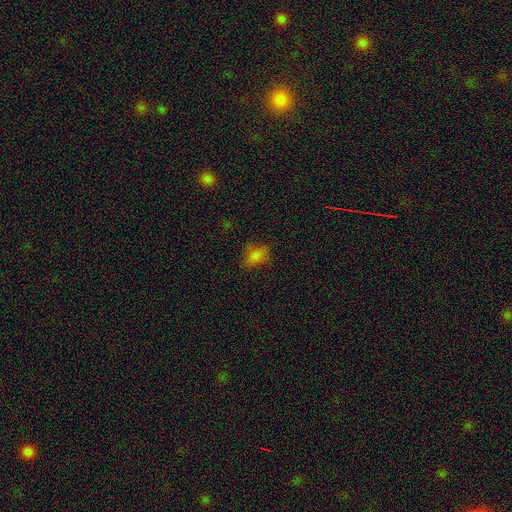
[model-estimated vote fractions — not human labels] smooth 76%, star or artifact 17%, featured or disk 7%. Down the decision tree: how rounded — in between (73%); merging — none (67%).